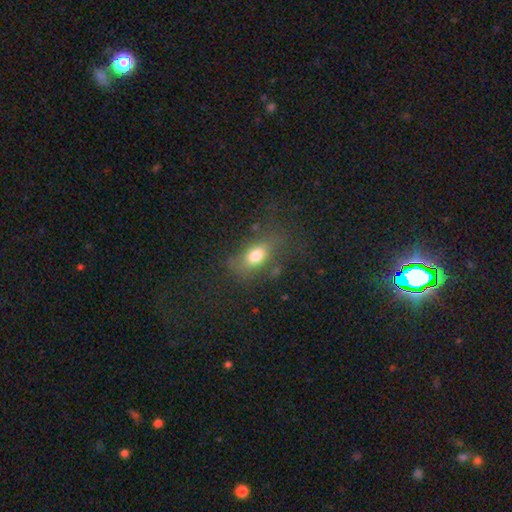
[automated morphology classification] This appears to be a smooth galaxy with no disk features (72%) that is in between round and cigar-shaped (79%). Merging: none (58%).